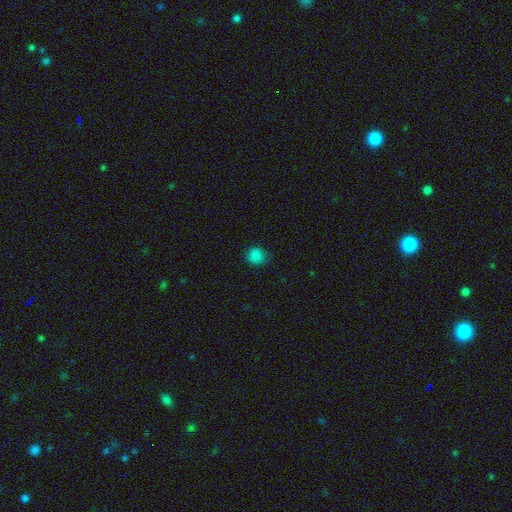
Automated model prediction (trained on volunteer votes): smooth 84%, star or artifact 14%, featured or disk 3%. Down the decision tree: how rounded — round (87%); merging — none (85%).